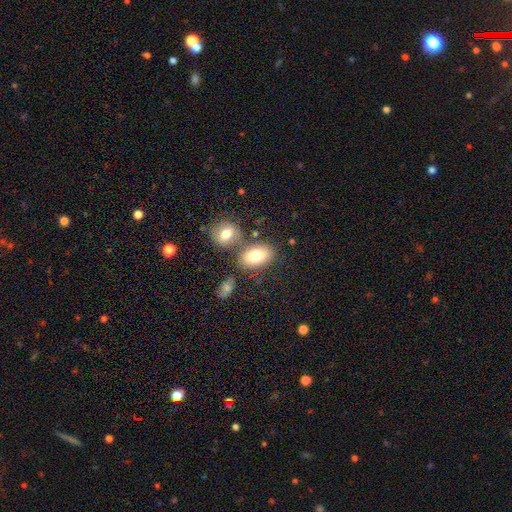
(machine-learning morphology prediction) Overall: smooth (76%). How rounded: in between (86%). Merging: none (64%).